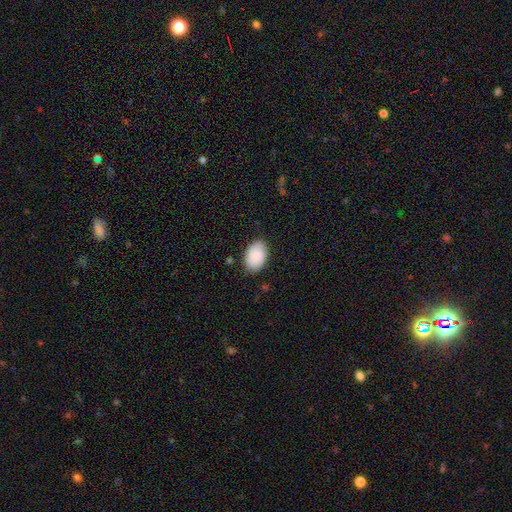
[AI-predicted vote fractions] Smooth or featured?
  - smooth: 86% *
  - featured or disk: 8%
  - star or artifact: 6%
How rounded?
  - in between: 88% *
  - round: 10%
  - cigar-shaped: 1%
Merging?
  - none: 81% *
  - minor disturbance: 15%
  - major disturbance: 3%
  - merger: 1%